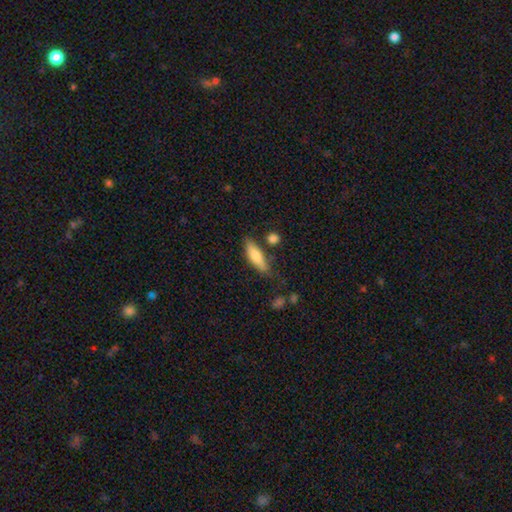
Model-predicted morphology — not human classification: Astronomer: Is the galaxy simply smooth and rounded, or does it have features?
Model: smooth — 75%.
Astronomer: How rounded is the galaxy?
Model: cigar-shaped — 52% (runner-up: in between, 46%).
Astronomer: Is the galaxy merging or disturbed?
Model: none — 69%.